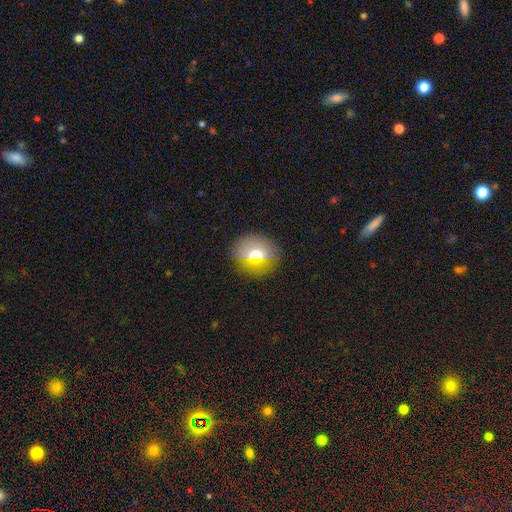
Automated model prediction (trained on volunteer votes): Smooth or featured?
  - smooth: 61% *
  - featured or disk: 23%
  - star or artifact: 15%
How rounded?
  - round: 68% *
  - in between: 29%
  - cigar-shaped: 2%
Merging?
  - none: 85% *
  - minor disturbance: 10%
  - major disturbance: 4%
  - merger: 2%